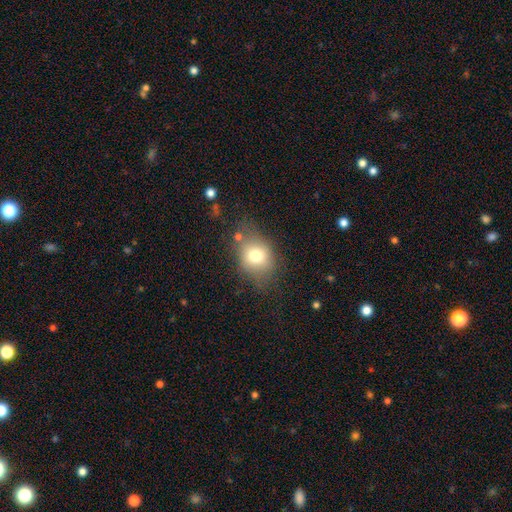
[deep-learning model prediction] smooth_or_featured: smooth (p=0.73) [alt: featured or disk p=0.16]
how_rounded: in between (p=0.53) [alt: round p=0.45]
merging: none (p=0.61) [alt: minor disturbance p=0.22]